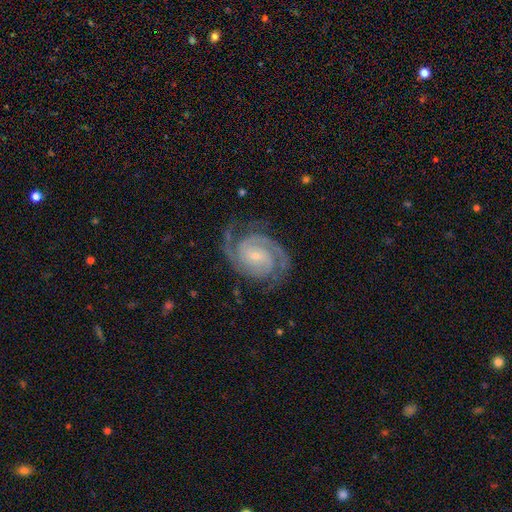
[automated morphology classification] A featured or disk galaxy (92%) with no bar (51%), 2 (82%) tight (62%) spiral arms (99%) and a small central bulge (73%).

Vote fractions:
- Smooth or featured? featured or disk: 92% / star or artifact: 4% / smooth: 3%
- Edge-on disk? no: 98% / yes: 2%
- Bar? no: 51% / weak: 36% / strong: 13%
- Spiral arms? yes: 99% / no: 1%
- Spiral winding? tight: 62% / medium: 34% / loose: 4%
- Spiral arm count? 2: 82% / 3: 8% / can't tell: 4% / 4: 2% / 1: 2% / more than 4: 2%
- Bulge size? small: 73% / moderate: 19% / none: 5% / large: 2% / dominant: 1%
- Merging? none: 79% / minor disturbance: 14% / major disturbance: 6% / merger: 1%